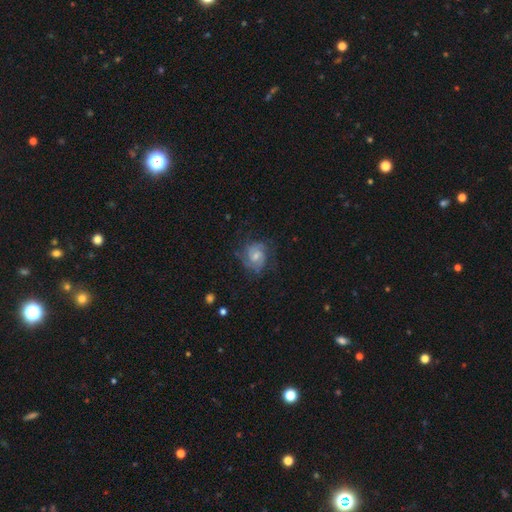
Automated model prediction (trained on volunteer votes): A featured or disk galaxy (66%) with no bar (55%), 2 (46%) tight (48%) spiral arms (88%) and a small central bulge (48%). Merging: none (64%).